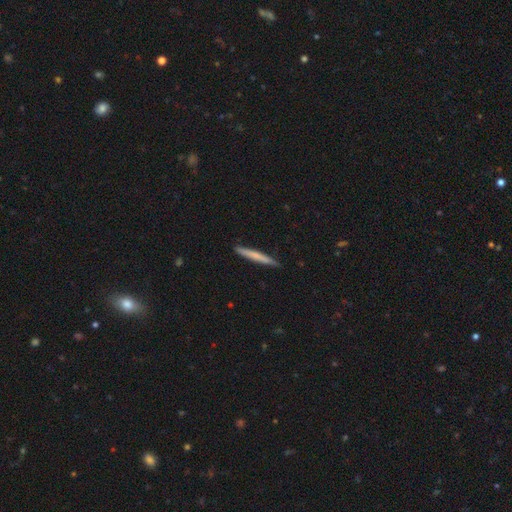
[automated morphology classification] smooth_or_featured: smooth (p=0.64) [alt: featured or disk p=0.31]
how_rounded: cigar-shaped (p=0.97) [alt: in between p=0.02]
merging: none (p=0.90) [alt: minor disturbance p=0.08]